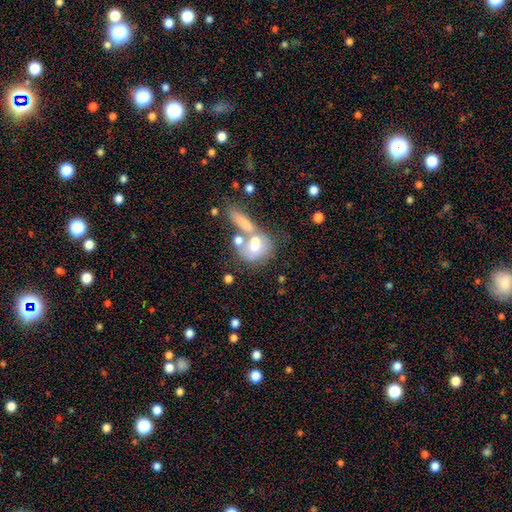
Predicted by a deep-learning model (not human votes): smooth_or_featured: star or artifact (p=0.42) [alt: smooth p=0.40]